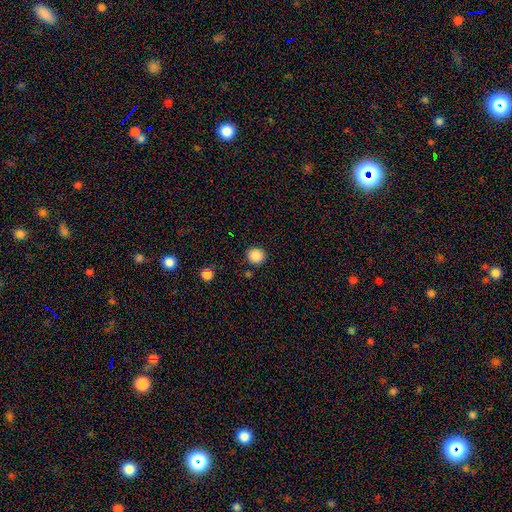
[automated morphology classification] Smooth or featured: smooth — 87% (star or artifact — 10%)
How rounded: round — 89% (in between — 10%)
Merging: none — 86% (minor disturbance — 8%)